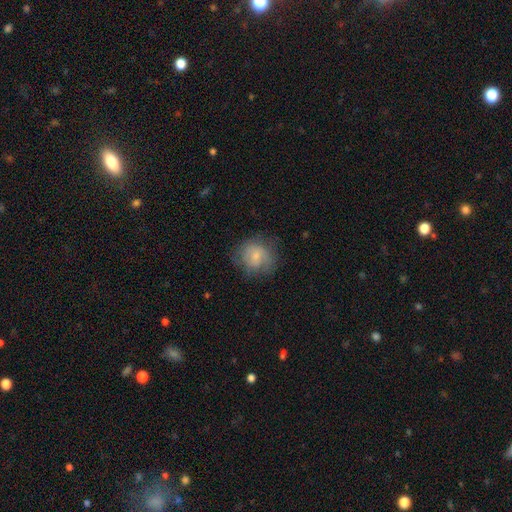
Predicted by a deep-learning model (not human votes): The model was most divided on "smooth or featured": smooth: 64%, featured or disk: 27%, star or artifact: 8%. More confident: how rounded — round (80%); merging — none (64%).